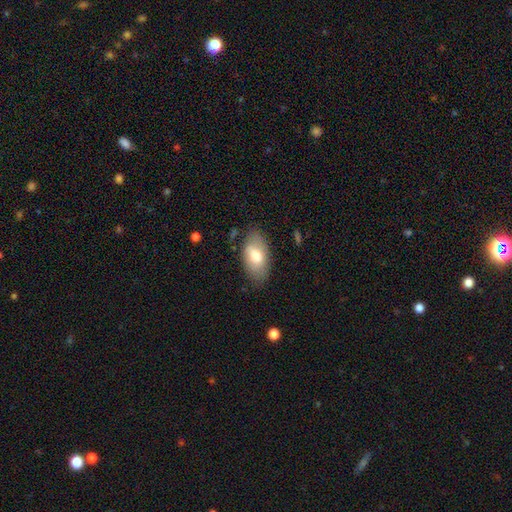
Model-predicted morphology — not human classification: smooth_or_featured: smooth (p=0.72) [alt: featured or disk p=0.21]
how_rounded: in between (p=0.94) [alt: round p=0.03]
merging: none (p=0.78) [alt: minor disturbance p=0.16]